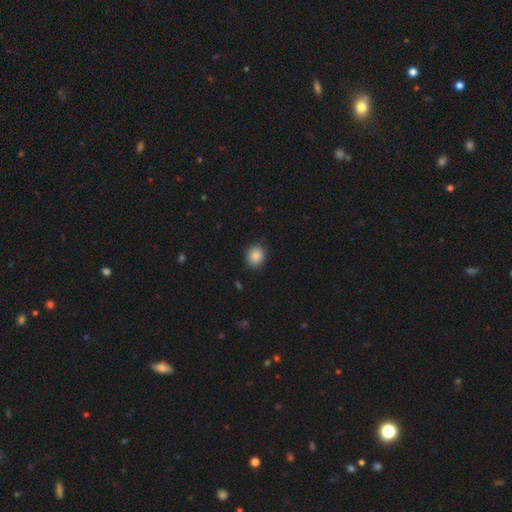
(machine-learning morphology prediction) Smooth or featured? Predicted: smooth (p=0.88). How rounded? Predicted: round (p=0.69). Merging? Predicted: none (p=0.87).